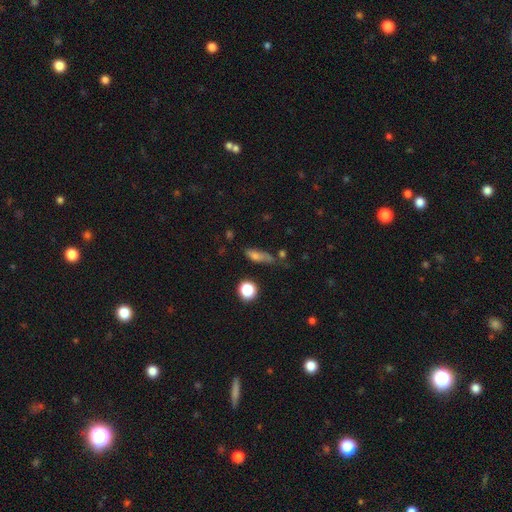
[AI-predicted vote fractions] Smooth or featured? Predicted: smooth (p=0.67). How rounded? Predicted: in between (p=0.47). Merging? Predicted: none (p=0.47).